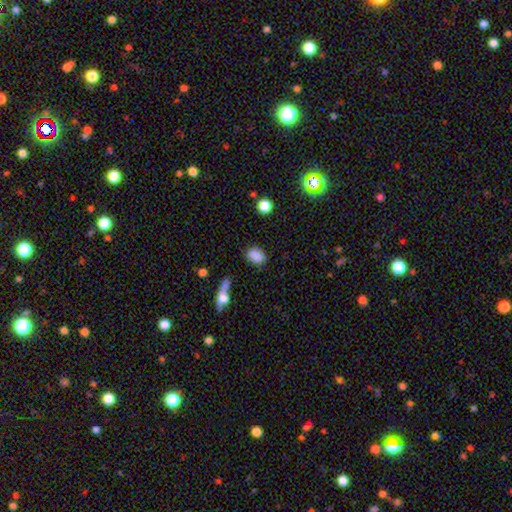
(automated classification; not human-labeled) Q: Smooth or featured?
A: smooth (85%); runner-up: star or artifact (9%)
Q: How rounded?
A: in between (76%); runner-up: round (22%)
Q: Merging?
A: none (79%); runner-up: minor disturbance (13%)